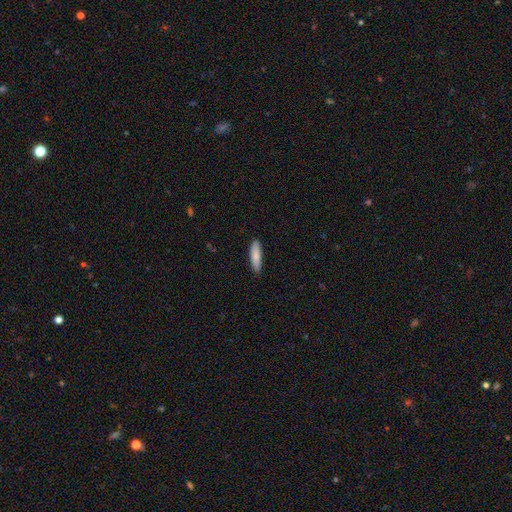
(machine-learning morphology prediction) The model was most divided on "how rounded": cigar-shaped: 68%, in between: 31%, round: 1%. More confident: merging — none (86%); smooth or featured — smooth (84%).